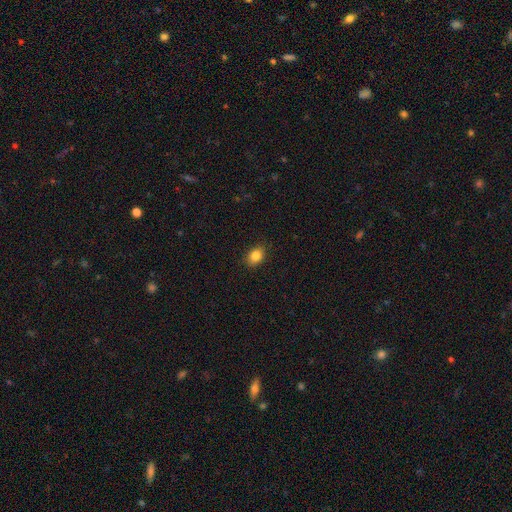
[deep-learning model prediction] The model was most divided on "how rounded": in between: 68%, round: 31%, cigar-shaped: 1%. More confident: merging — none (87%); smooth or featured — smooth (85%).